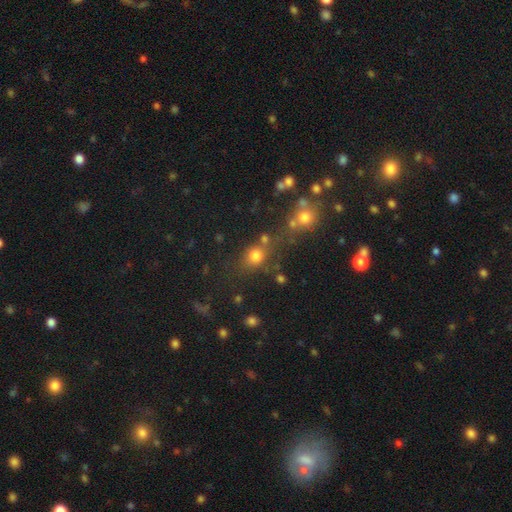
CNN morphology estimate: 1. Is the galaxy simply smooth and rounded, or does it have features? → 75% smooth, 17% star or artifact, 8% featured or disk.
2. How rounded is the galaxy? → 70% round, 28% in between, 2% cigar-shaped.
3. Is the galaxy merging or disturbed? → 59% none, 20% merger, 13% minor disturbance, 8% major disturbance.